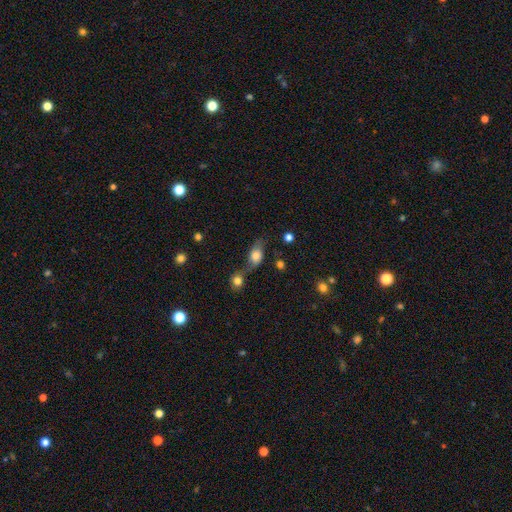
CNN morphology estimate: smooth 65%, featured or disk 25%, star or artifact 10%. Down the decision tree: how rounded — in between (73%); merging — none (39%).